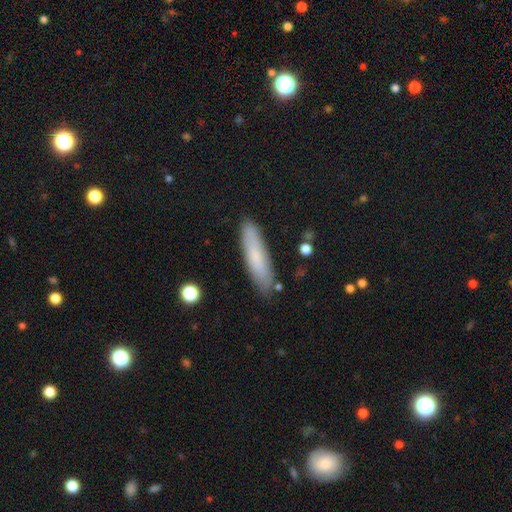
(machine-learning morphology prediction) A smooth galaxy with no disk features (74%) that is cigar-shaped (77%).

Vote fractions:
- Smooth or featured? smooth: 74% / featured or disk: 19% / star or artifact: 8%
- How rounded? cigar-shaped: 77% / in between: 22% / round: 2%
- Merging? none: 85% / minor disturbance: 11% / major disturbance: 2% / merger: 2%